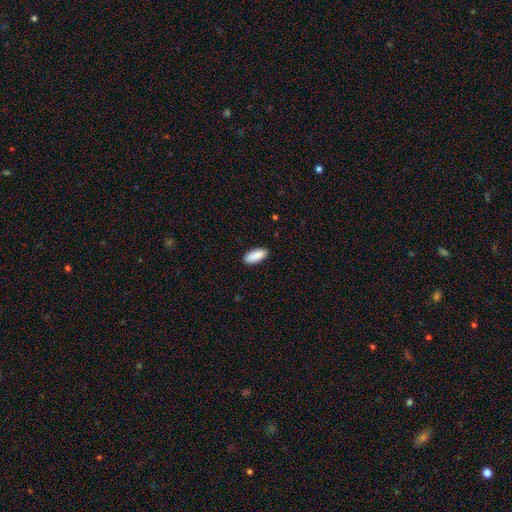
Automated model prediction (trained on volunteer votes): Smooth or featured? smooth (90%)
How rounded? in between (84%)
Merging? none (89%)